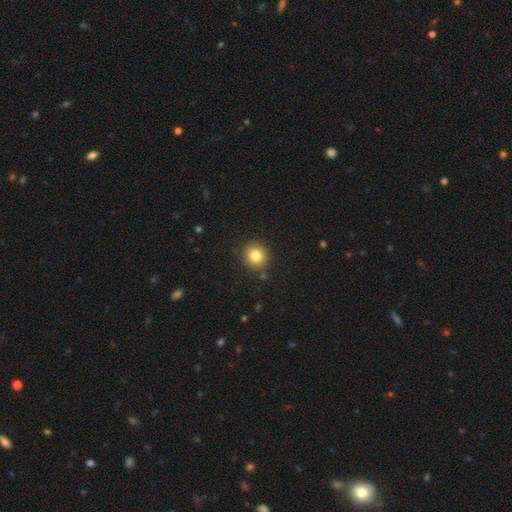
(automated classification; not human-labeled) smooth_or_featured: smooth (p=0.82) [alt: star or artifact p=0.11]
how_rounded: round (p=0.90) [alt: in between p=0.09]
merging: none (p=0.89) [alt: minor disturbance p=0.07]